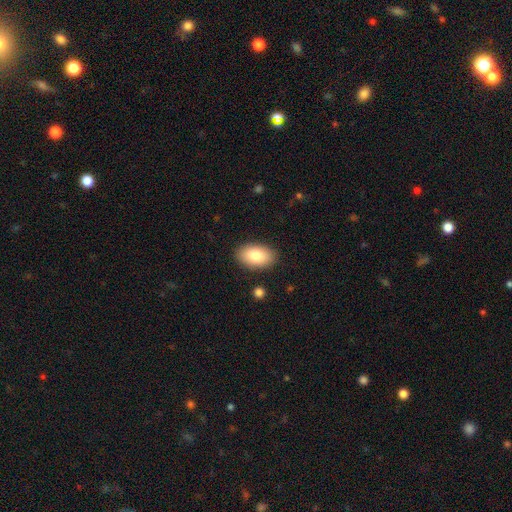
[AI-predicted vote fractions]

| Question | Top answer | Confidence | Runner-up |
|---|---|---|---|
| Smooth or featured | smooth | 82% | featured or disk (11%) |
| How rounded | in between | 93% | round (6%) |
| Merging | none | 88% | minor disturbance (8%) |